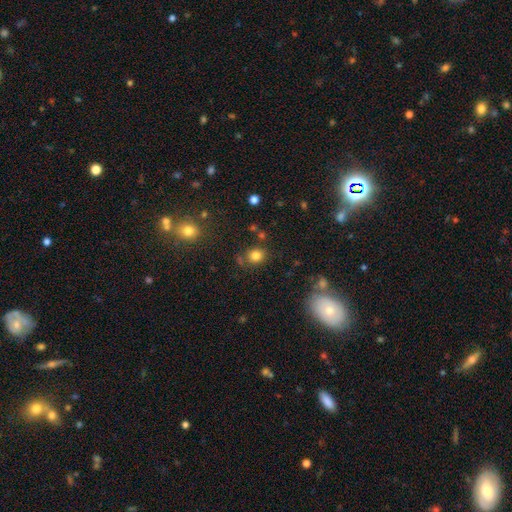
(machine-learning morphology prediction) A smooth galaxy with no disk features (81%) that is round (76%). Merging: none (77%).